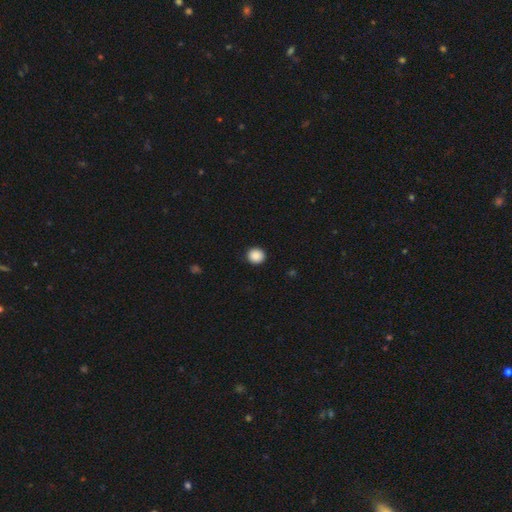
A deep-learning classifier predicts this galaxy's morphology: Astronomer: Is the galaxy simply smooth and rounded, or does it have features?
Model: smooth — 89%.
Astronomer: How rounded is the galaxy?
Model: round — 86%.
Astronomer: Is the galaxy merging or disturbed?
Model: none — 92%.